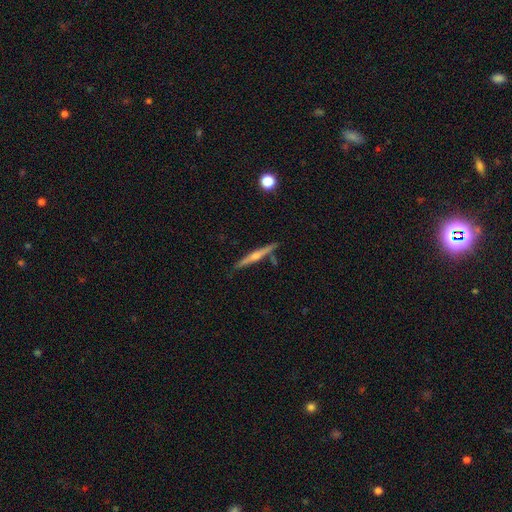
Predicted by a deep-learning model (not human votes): Smooth or featured? Predicted: featured or disk (p=0.70). Edge-on disk? Predicted: yes (p=0.98). Edge-on bulge? Predicted: rounded (p=0.86). Merging? Predicted: none (p=0.86).